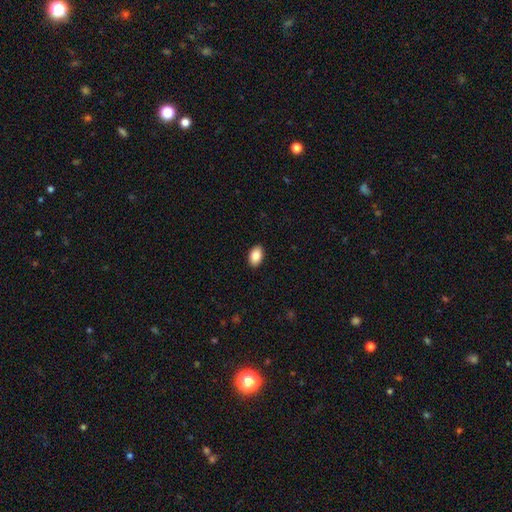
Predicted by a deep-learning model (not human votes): Overall: smooth (87%). How rounded: in between (89%). Merging: none (90%).